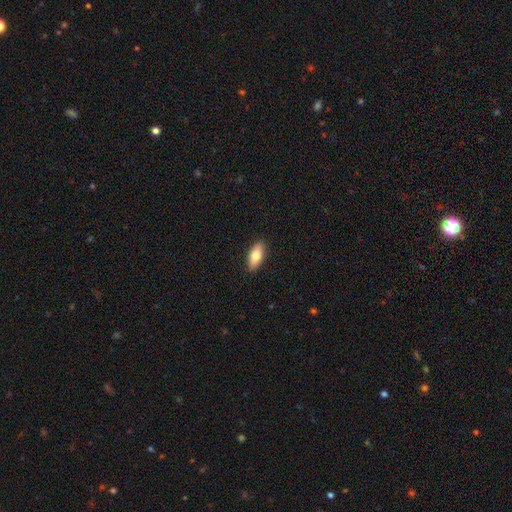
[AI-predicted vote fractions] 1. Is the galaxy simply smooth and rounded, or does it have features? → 76% smooth, 18% featured or disk, 6% star or artifact.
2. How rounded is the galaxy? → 81% in between, 16% cigar-shaped, 3% round.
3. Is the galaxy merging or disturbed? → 90% none, 8% minor disturbance, 2% major disturbance, 1% merger.